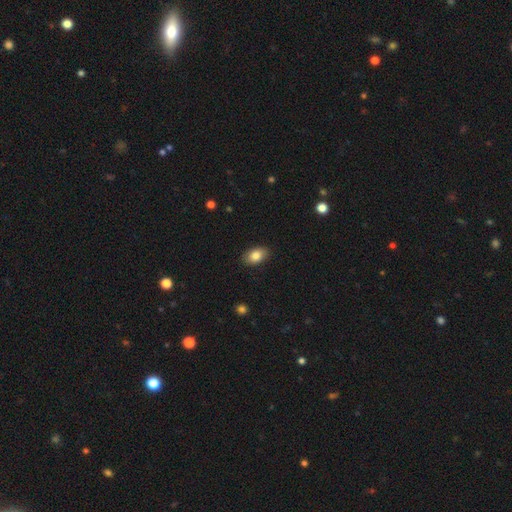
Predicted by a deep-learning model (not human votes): This is clearly a smooth galaxy (83%). How rounded: clearly in between (90%). Merging: clearly none (88%).